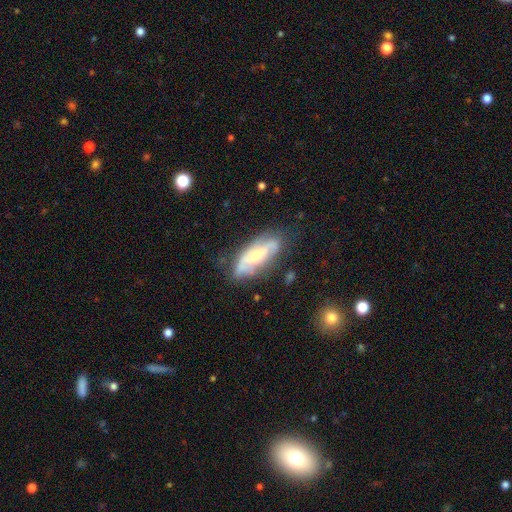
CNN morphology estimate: Smooth or featured: featured or disk — 66% (smooth — 27%)
Edge-on disk: no — 77% (yes — 23%)
Bar: no — 42% (weak — 34%)
Spiral arms: yes — 75% (no — 25%)
Bulge size: moderate — 53% (small — 38%)
Merging: none — 66% (minor disturbance — 23%)